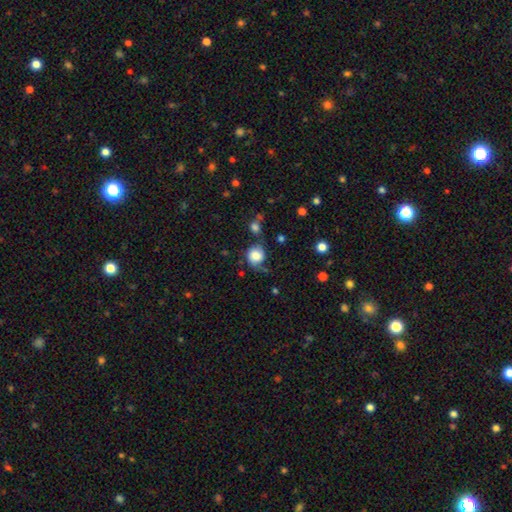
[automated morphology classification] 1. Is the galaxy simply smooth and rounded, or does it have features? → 72% smooth, 18% featured or disk, 9% star or artifact.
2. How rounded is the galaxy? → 79% round, 20% in between, 1% cigar-shaped.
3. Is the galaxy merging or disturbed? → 50% none, 28% minor disturbance, 15% major disturbance, 7% merger.